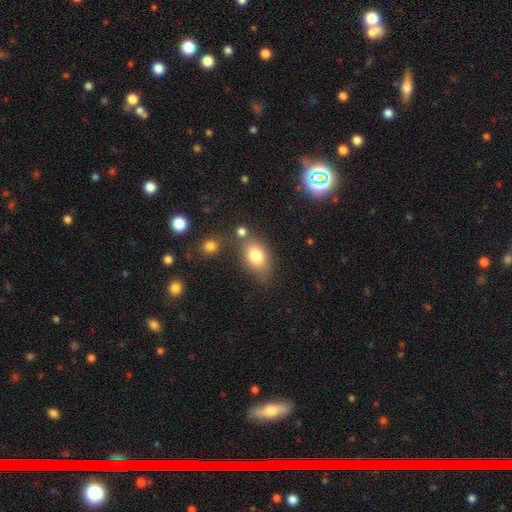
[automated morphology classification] A smooth galaxy with no disk features (79%) that is in between round and cigar-shaped (81%).

Vote fractions:
- Smooth or featured? smooth: 79% / featured or disk: 12% / star or artifact: 9%
- How rounded? in between: 81% / round: 17% / cigar-shaped: 2%
- Merging? none: 63% / minor disturbance: 18% / merger: 13% / major disturbance: 6%